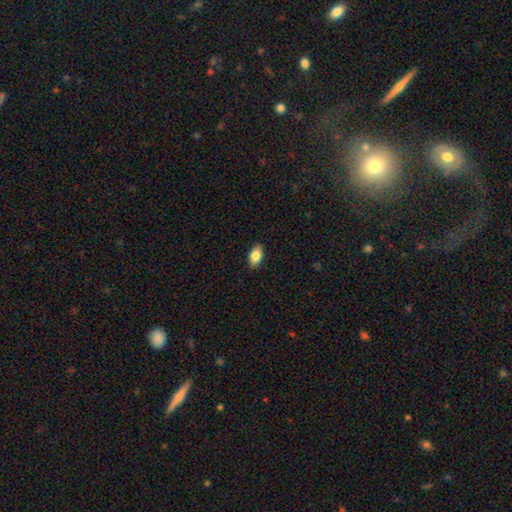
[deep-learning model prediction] smooth-or-featured: smooth: 85% | star or artifact: 7% | featured or disk: 7%
  how-rounded: in between: 91% | round: 7% | cigar-shaped: 2%
  merging: none: 88% | minor disturbance: 9% | major disturbance: 2% | merger: 1%